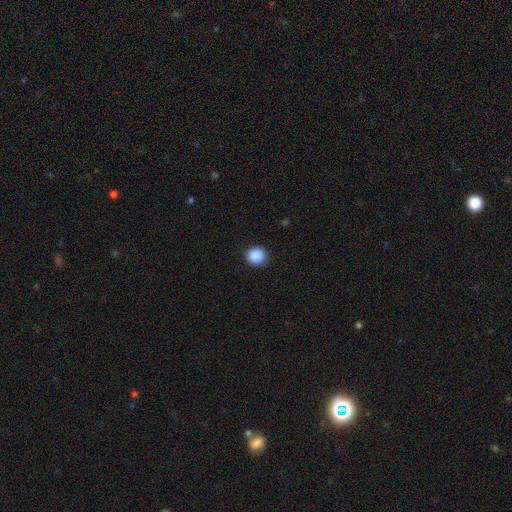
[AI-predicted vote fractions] Smooth or featured?
  - smooth: 89% *
  - star or artifact: 9%
  - featured or disk: 2%
How rounded?
  - round: 87% *
  - in between: 12%
  - cigar-shaped: 1%
Merging?
  - none: 89% *
  - minor disturbance: 8%
  - major disturbance: 2%
  - merger: 1%